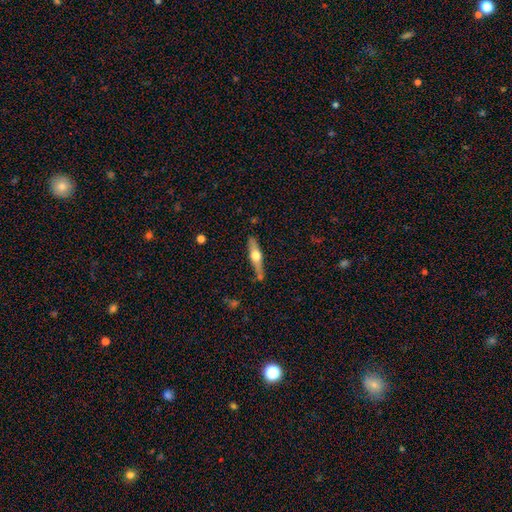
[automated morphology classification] This is possibly a featured or disk galaxy (56%). It is clearly viewed edge-on (92%). Edge-on bulge: clearly rounded (94%). Merging: likely none (75%).